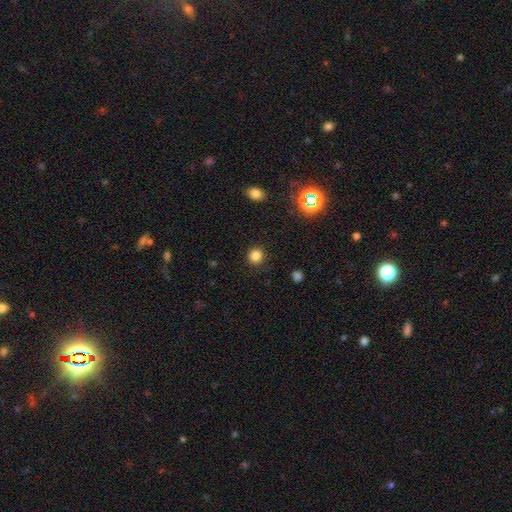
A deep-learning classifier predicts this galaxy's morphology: Smooth or featured?
  - smooth: 82% *
  - star or artifact: 14%
  - featured or disk: 4%
How rounded?
  - round: 90% *
  - in between: 9%
  - cigar-shaped: 1%
Merging?
  - none: 89% *
  - minor disturbance: 7%
  - major disturbance: 3%
  - merger: 1%